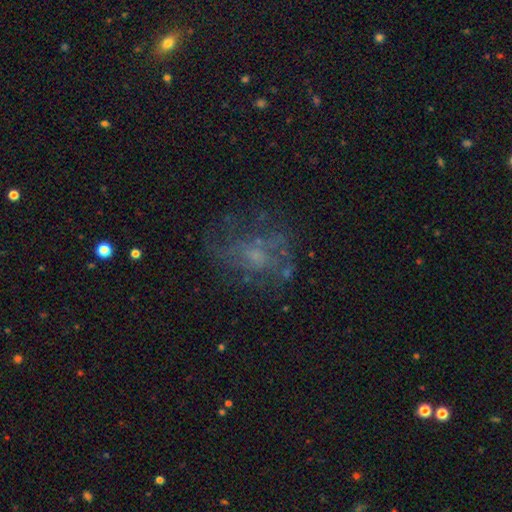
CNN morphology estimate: Smooth or featured?
  - featured or disk: 55% *
  - smooth: 26%
  - star or artifact: 18%
Edge-on disk?
  - no: 97% *
  - yes: 3%
Bar?
  - no: 78% *
  - weak: 19%
  - strong: 3%
Spiral arms?
  - no: 54% *
  - yes: 46%
Bulge size?
  - small: 43% *
  - none: 31%
  - moderate: 23%
  - large: 3%
  - dominant: 1%
Merging?
  - none: 56% *
  - major disturbance: 23%
  - minor disturbance: 18%
  - merger: 3%